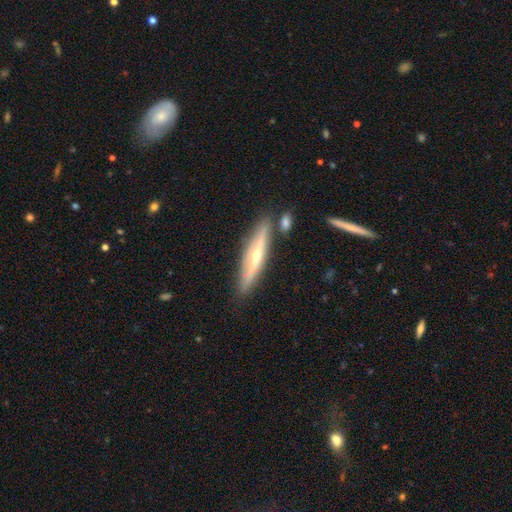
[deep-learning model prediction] Smooth or featured?
  - featured or disk: 66% *
  - smooth: 28%
  - star or artifact: 6%
Edge-on disk?
  - yes: 92% *
  - no: 8%
Edge-on bulge?
  - rounded: 82% *
  - none: 13%
  - boxy: 4%
Merging?
  - none: 82% *
  - minor disturbance: 11%
  - merger: 5%
  - major disturbance: 2%